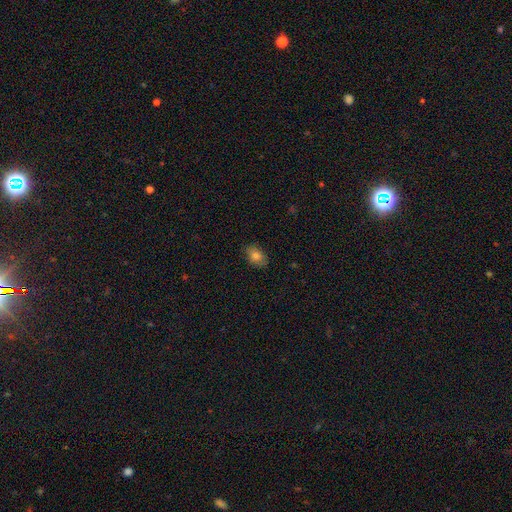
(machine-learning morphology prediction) Overall: smooth (81%). How rounded: in between (78%). Merging: none (81%).